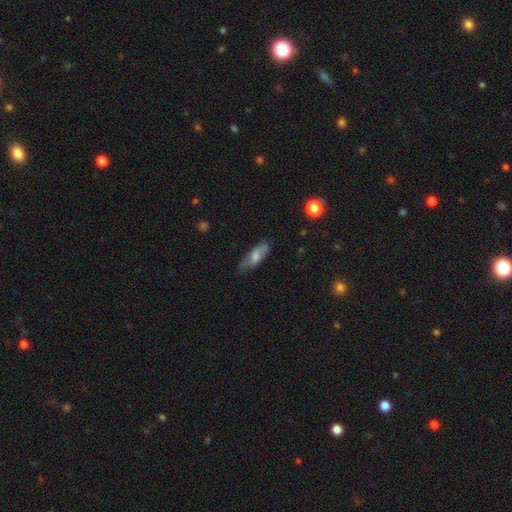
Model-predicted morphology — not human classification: smooth 58%, featured or disk 34%, star or artifact 8%. Down the decision tree: how rounded — in between (60%); merging — none (74%).